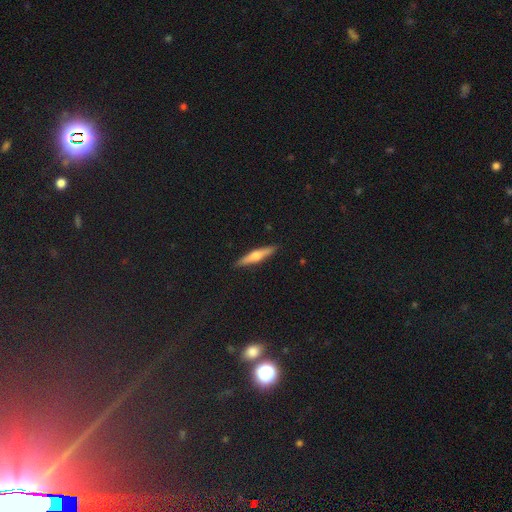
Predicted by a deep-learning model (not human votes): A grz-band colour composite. It shows a featured or disk galaxy (56%) viewed edge-on (96%) with a rounded central bulge (91%). Merging: none (91%).